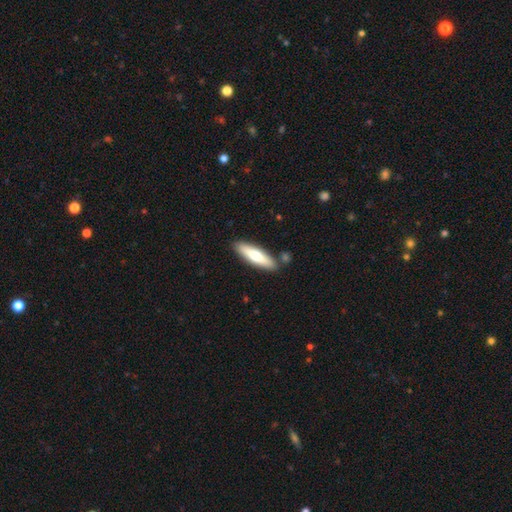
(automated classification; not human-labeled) smooth 61%, featured or disk 34%, star or artifact 5%. Down the decision tree: how rounded — cigar-shaped (68%); merging — none (84%).